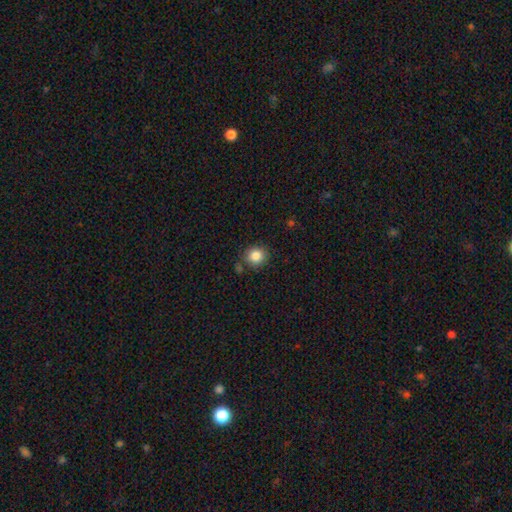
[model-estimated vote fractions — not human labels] Smooth or featured?
  - smooth: 85% *
  - star or artifact: 10%
  - featured or disk: 5%
How rounded?
  - round: 83% *
  - in between: 16%
  - cigar-shaped: 1%
Merging?
  - none: 81% *
  - minor disturbance: 11%
  - merger: 5%
  - major disturbance: 3%